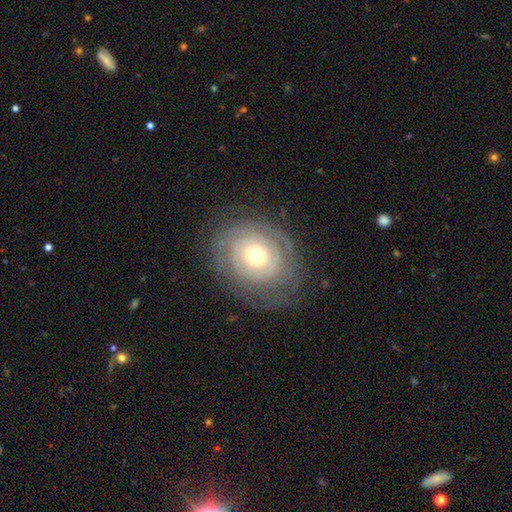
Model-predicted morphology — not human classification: Smooth or featured? featured or disk (70%)
Edge-on disk? no (96%)
Bar? no (84%)
Spiral arms? yes (78%)
Spiral winding? tight (81%)
Spiral arm count? can't tell (53%)
Bulge size? moderate (52%)
Merging? none (76%)